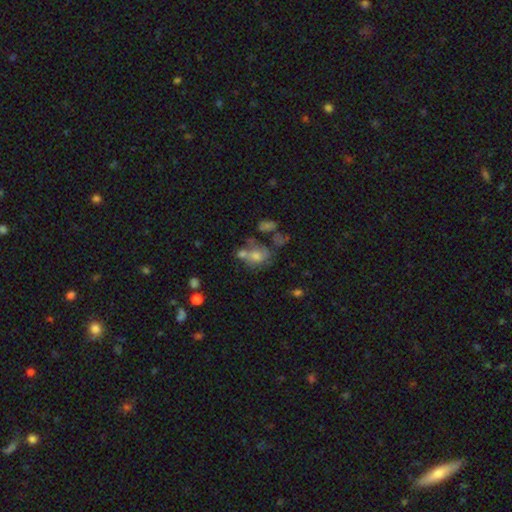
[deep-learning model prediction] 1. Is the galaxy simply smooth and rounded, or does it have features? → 54% smooth, 31% featured or disk, 16% star or artifact.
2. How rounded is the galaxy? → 54% in between, 44% round, 2% cigar-shaped.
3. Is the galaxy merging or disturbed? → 34% merger, 31% none, 19% major disturbance, 17% minor disturbance.